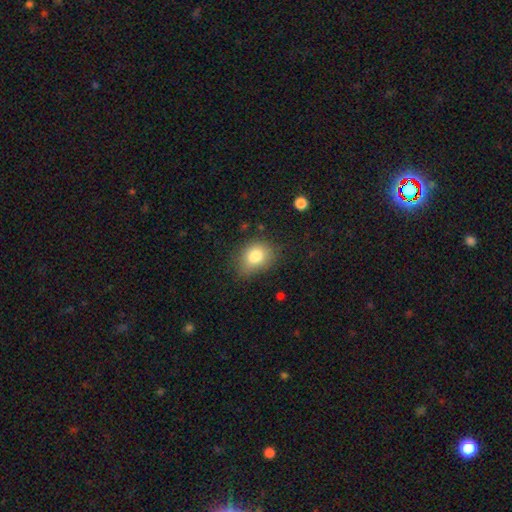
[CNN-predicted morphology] smooth 82%, star or artifact 9%, featured or disk 9%. Down the decision tree: how rounded — in between (57%); merging — none (66%).